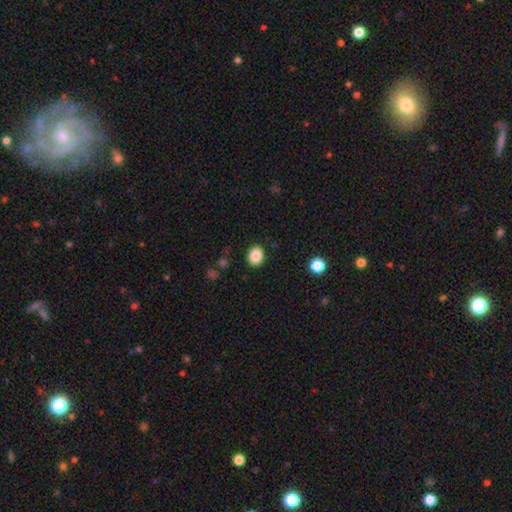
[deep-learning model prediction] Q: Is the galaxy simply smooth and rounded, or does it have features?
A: smooth — 86%.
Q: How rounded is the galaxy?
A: in between — 51%.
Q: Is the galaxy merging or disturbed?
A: none — 89%.